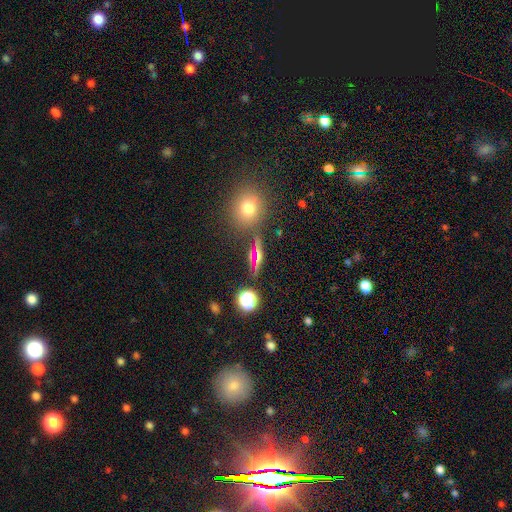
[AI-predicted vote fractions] smooth-or-featured: smooth: 38% (tied) | star or artifact: 38% (tied) | featured or disk: 24%
  merging: none: 78% | minor disturbance: 10% | merger: 6% | major disturbance: 5%